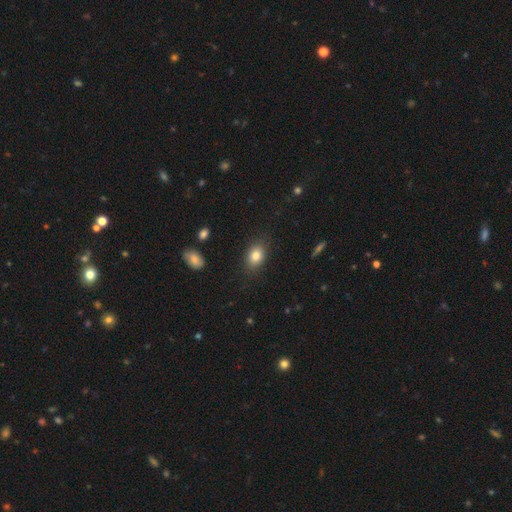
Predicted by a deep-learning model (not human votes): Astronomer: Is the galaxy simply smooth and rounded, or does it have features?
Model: smooth — 82%.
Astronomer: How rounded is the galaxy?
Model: in between — 71%.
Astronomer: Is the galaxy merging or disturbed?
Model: none — 83%.